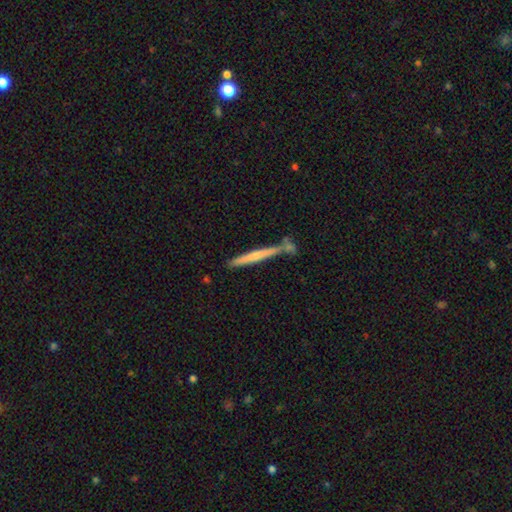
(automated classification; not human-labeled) This appears to be a smooth galaxy with no disk features (48%). Merging: none (68%).